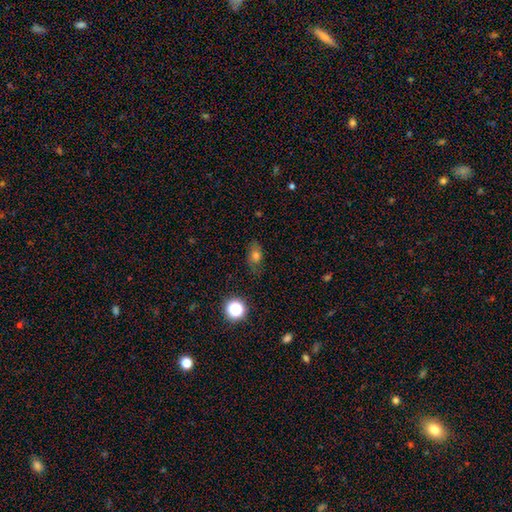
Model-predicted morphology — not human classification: This appears to be a smooth galaxy with no disk features (63%) that is in between round and cigar-shaped (70%). Merging: none (76%).